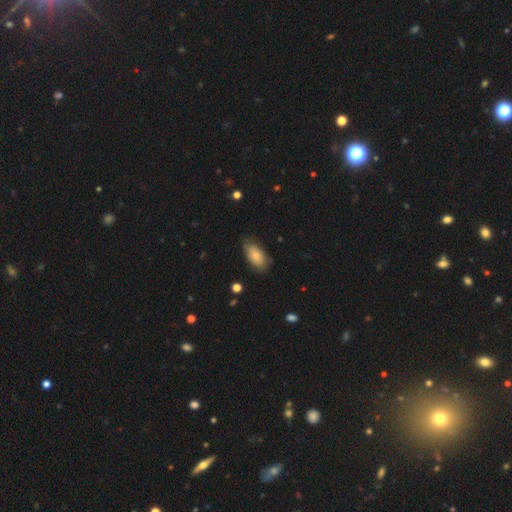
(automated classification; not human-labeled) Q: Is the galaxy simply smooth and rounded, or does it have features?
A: smooth — 77%.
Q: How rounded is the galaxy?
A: in between — 93%.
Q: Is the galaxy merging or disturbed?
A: none — 72%.